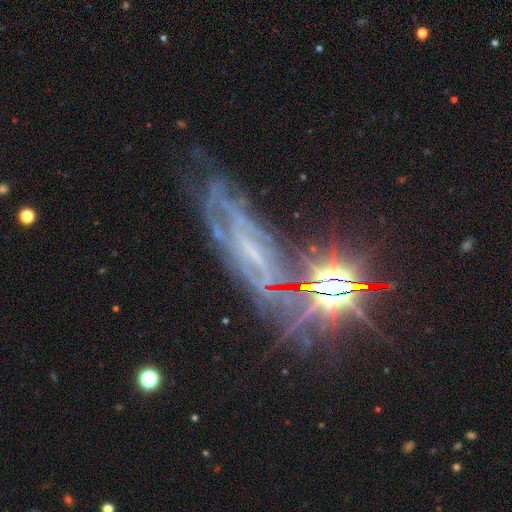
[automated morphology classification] A featured or disk galaxy (66%).

Vote fractions:
- Smooth or featured? featured or disk: 66% / star or artifact: 23% / smooth: 11%
- Edge-on disk? no: 73% / yes: 27%
- Merging? none: 55% / minor disturbance: 19% / major disturbance: 15% / merger: 12%